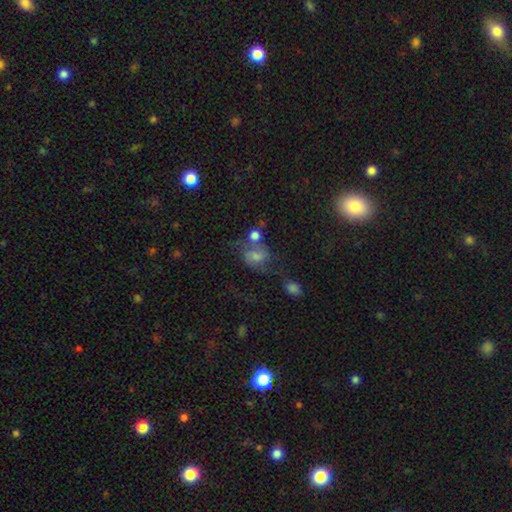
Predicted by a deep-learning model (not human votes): smooth_or_featured: smooth (p=0.42) [alt: featured or disk p=0.39]
merging: none (p=0.45) [alt: minor disturbance p=0.19]